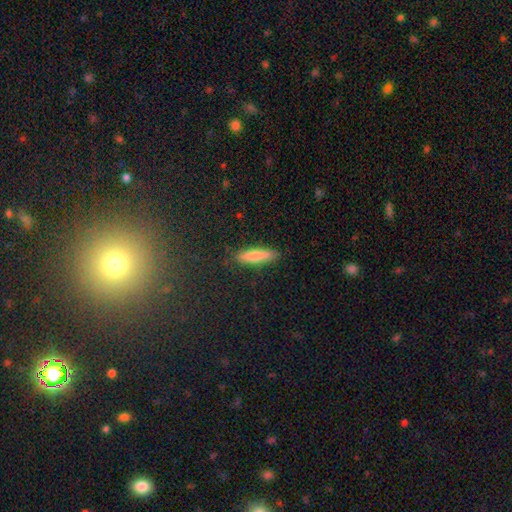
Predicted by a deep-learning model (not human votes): smooth-or-featured: smooth: 78% | featured or disk: 15% | star or artifact: 7%
  how-rounded: cigar-shaped: 80% | in between: 18% | round: 2%
  merging: none: 88% | minor disturbance: 9% | major disturbance: 2% | merger: 1%